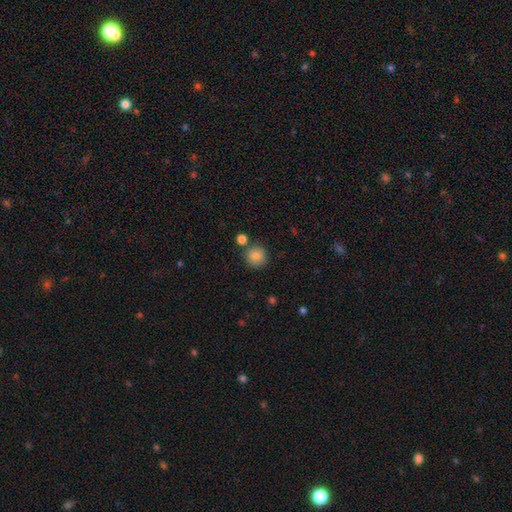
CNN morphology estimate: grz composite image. It shows a smooth galaxy with no disk features (85%) that is round (93%). Merging: none (80%).